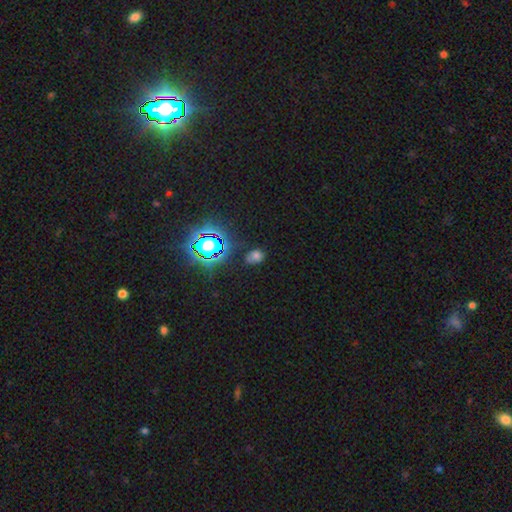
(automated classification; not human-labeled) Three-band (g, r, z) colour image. It shows a smooth galaxy with no disk features (60%) that is in between round and cigar-shaped (60%). Merging: none (66%).